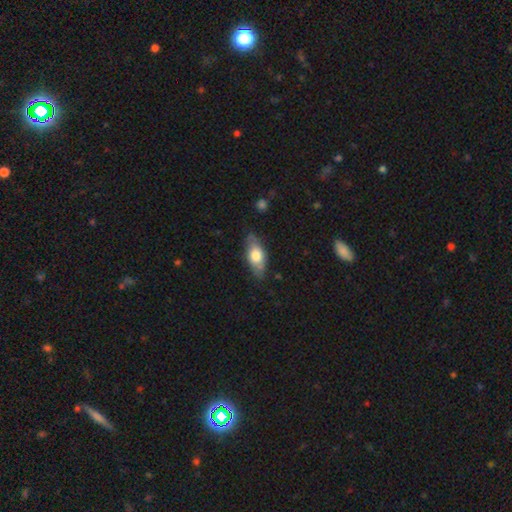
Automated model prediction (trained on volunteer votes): A smooth galaxy with no disk features (63%) that is in between round and cigar-shaped (82%).

Vote fractions:
- Smooth or featured? smooth: 63% / featured or disk: 31% / star or artifact: 6%
- How rounded? in between: 82% / cigar-shaped: 14% / round: 4%
- Merging? none: 76% / minor disturbance: 19% / major disturbance: 4% / merger: 2%